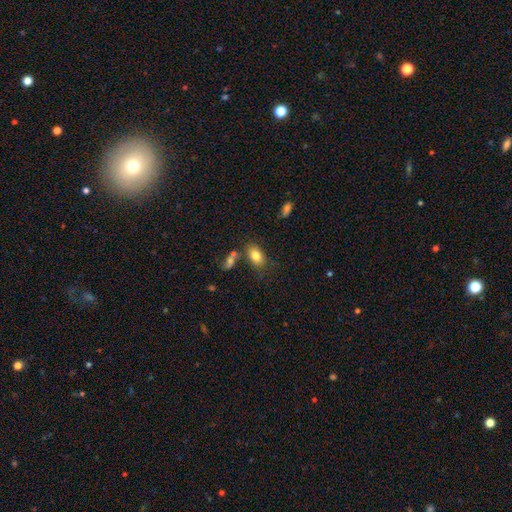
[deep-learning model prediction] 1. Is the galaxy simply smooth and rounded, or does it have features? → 80% smooth, 11% featured or disk, 9% star or artifact.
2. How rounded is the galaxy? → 88% in between, 10% round, 2% cigar-shaped.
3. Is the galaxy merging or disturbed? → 69% none, 14% minor disturbance, 12% merger, 5% major disturbance.